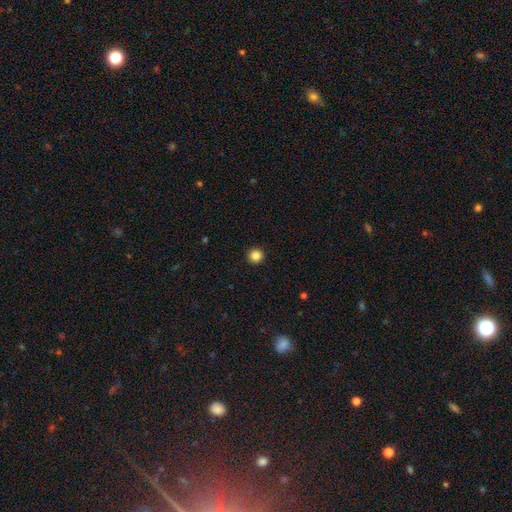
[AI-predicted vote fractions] smooth 85%, star or artifact 11%, featured or disk 4%. Down the decision tree: how rounded — round (96%); merging — none (94%).